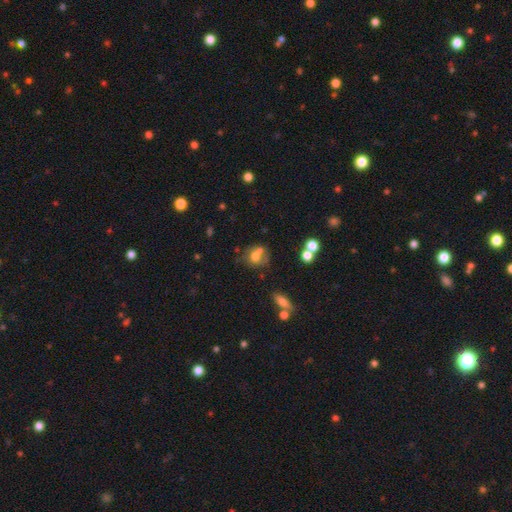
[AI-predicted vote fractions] This appears to be a smooth galaxy with no disk features (63%) that is round (65%). Merging: none (40%).